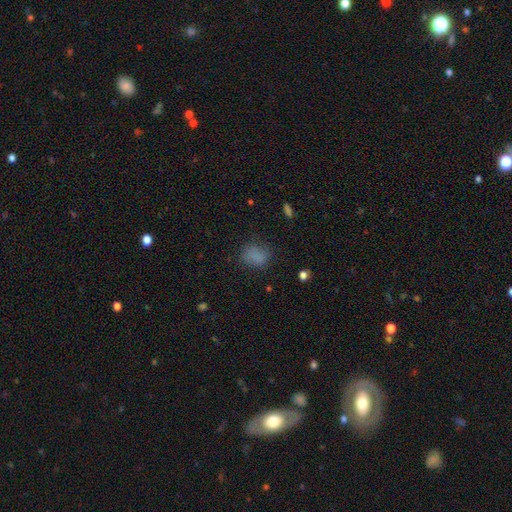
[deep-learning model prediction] Q: Smooth or featured?
A: smooth (79%); runner-up: star or artifact (14%)
Q: How rounded?
A: in between (54%); runner-up: round (44%)
Q: Merging?
A: none (72%); runner-up: minor disturbance (19%)